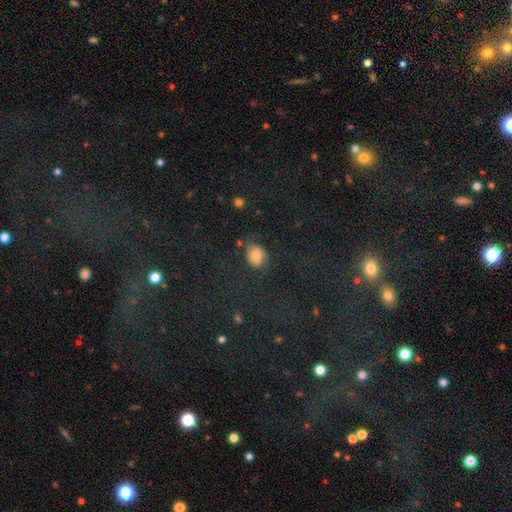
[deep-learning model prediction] This is likely a smooth galaxy (65%). How rounded: possibly in between (56%). Merging: likely none (62%).